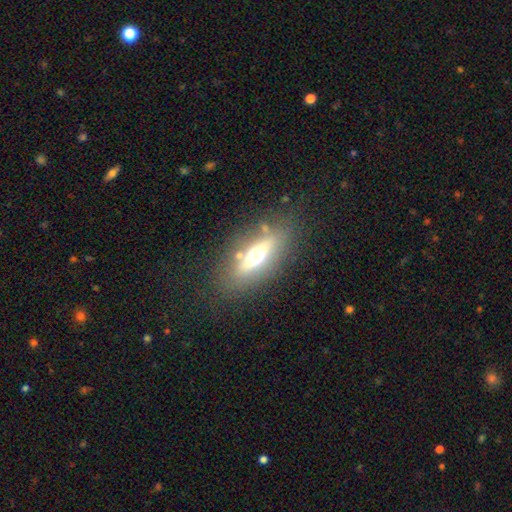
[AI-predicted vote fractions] Smooth or featured?
  - featured or disk: 46% *
  - smooth: 40%
  - star or artifact: 14%
Merging?
  - none: 78% *
  - minor disturbance: 12%
  - major disturbance: 7%
  - merger: 4%